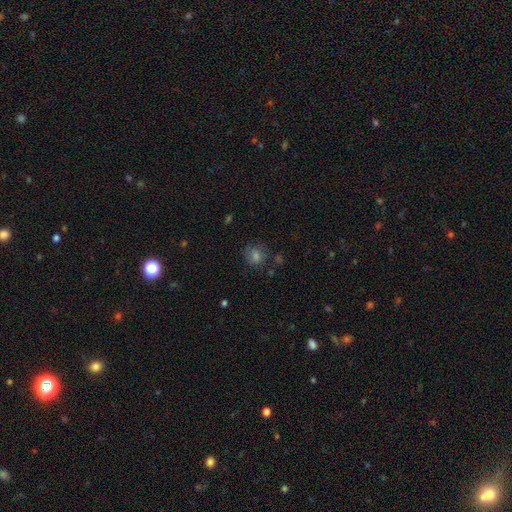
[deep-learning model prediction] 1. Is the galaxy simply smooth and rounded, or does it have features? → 58% smooth, 23% star or artifact, 19% featured or disk.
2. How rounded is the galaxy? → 76% round, 23% in between, 1% cigar-shaped.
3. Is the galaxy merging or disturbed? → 72% none, 17% minor disturbance, 7% major disturbance, 3% merger.